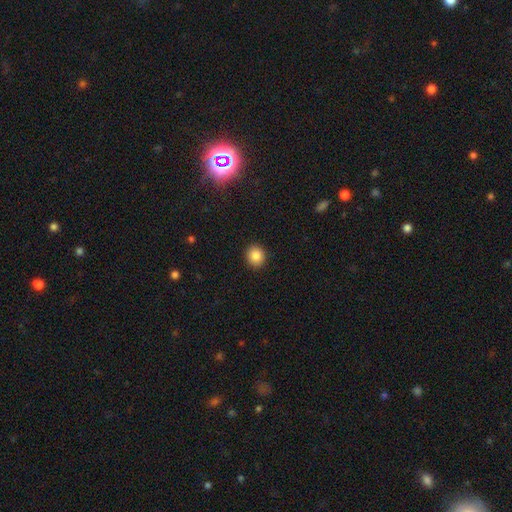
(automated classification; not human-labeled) Smooth or featured: smooth — 85% (star or artifact — 10%)
How rounded: round — 84% (in between — 15%)
Merging: none — 92% (minor disturbance — 5%)